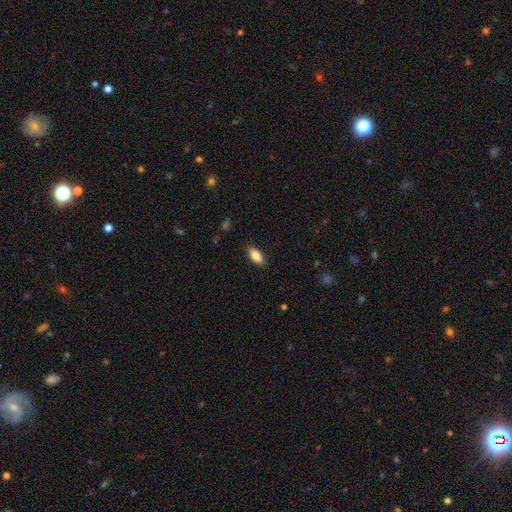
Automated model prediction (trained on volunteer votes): Smooth or featured?
  - smooth: 87% *
  - star or artifact: 7%
  - featured or disk: 6%
How rounded?
  - in between: 90% *
  - cigar-shaped: 7%
  - round: 3%
Merging?
  - none: 86% *
  - minor disturbance: 10%
  - major disturbance: 2%
  - merger: 1%